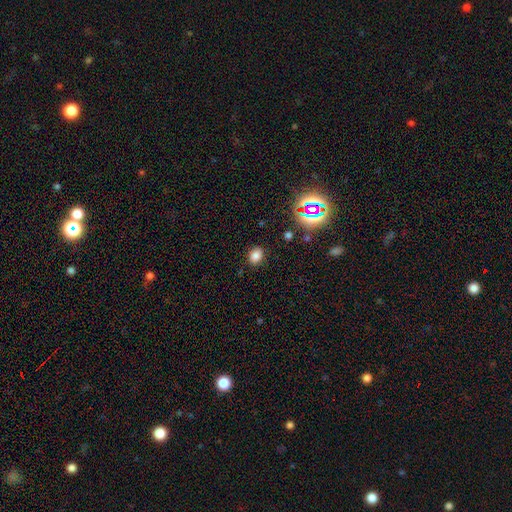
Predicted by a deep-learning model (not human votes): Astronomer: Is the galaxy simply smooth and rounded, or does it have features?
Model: smooth — 78%.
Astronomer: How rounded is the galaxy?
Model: in between — 54% (runner-up: round, 45%).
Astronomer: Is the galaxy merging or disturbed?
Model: none — 86%.